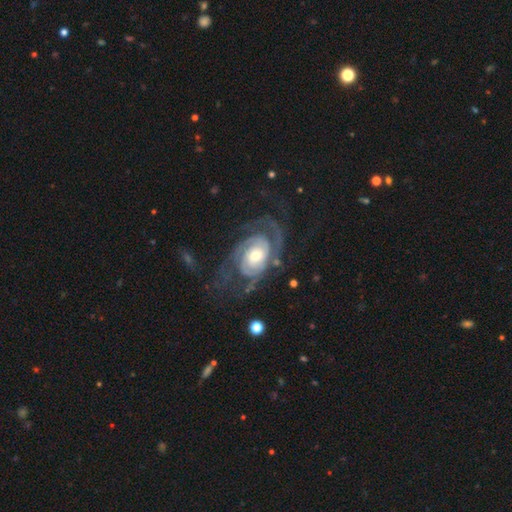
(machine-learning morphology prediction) smooth_or_featured: featured or disk (p=0.91) [alt: smooth p=0.05]
disk_edge_on: no (p=0.97) [alt: yes p=0.03]
bar: no (p=0.68) [alt: weak p=0.24]
has_spiral_arms: yes (p=0.97) [alt: no p=0.03]
spiral_winding: tight (p=0.64) [alt: medium p=0.28]
spiral_arm_count: 2 (p=0.59) [alt: 3 p=0.16]
bulge_size: moderate (p=0.54) [alt: small p=0.36]
merging: none (p=0.62) [alt: major disturbance p=0.18]